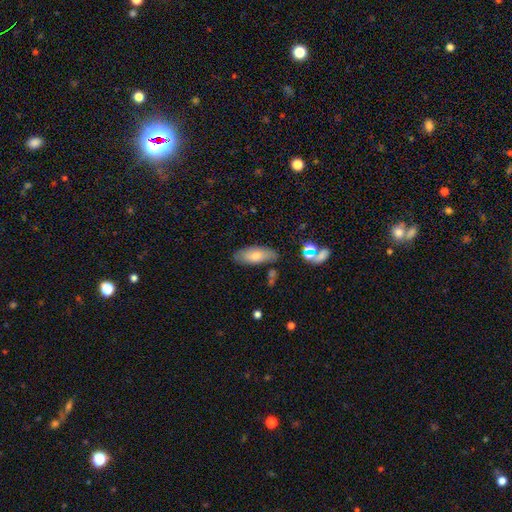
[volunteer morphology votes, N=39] Smooth or featured? 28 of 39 (72%) said smooth. How rounded? 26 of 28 (93%) said in between. Merging? 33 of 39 (85%) said none.